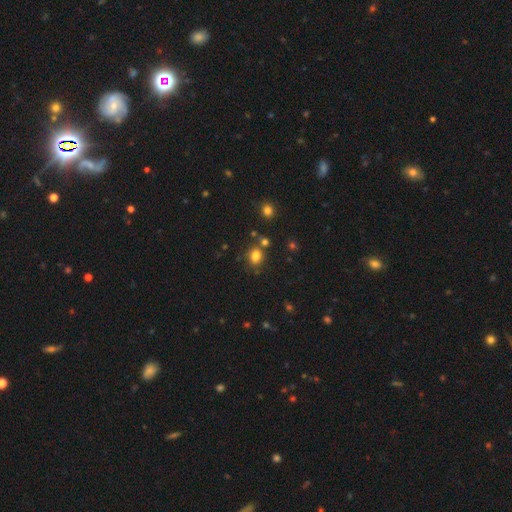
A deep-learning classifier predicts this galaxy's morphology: The model was most divided on "how rounded": round: 60%, in between: 39%, cigar-shaped: 1%. More confident: smooth or featured — smooth (80%); merging — none (71%).